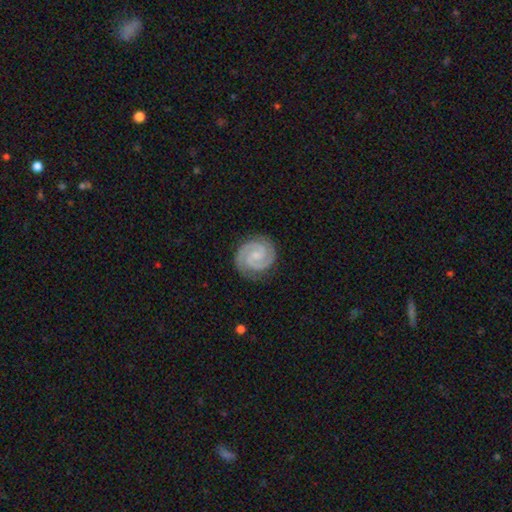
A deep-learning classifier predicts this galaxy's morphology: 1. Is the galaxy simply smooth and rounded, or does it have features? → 92% featured or disk, 4% star or artifact, 4% smooth.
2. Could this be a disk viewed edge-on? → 98% no, 2% yes.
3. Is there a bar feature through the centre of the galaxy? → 57% no, 33% weak, 10% strong.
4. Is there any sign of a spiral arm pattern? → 99% yes, 1% no.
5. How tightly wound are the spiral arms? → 74% tight, 24% medium, 2% loose.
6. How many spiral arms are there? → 93% 2, 3% 3, 1% can't tell, 1% 1, 1% 4, 1% more than 4.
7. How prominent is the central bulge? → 63% small, 22% moderate, 13% none, 1% large, 1% dominant.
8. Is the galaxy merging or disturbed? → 86% none, 10% minor disturbance, 2% major disturbance, 1% merger.